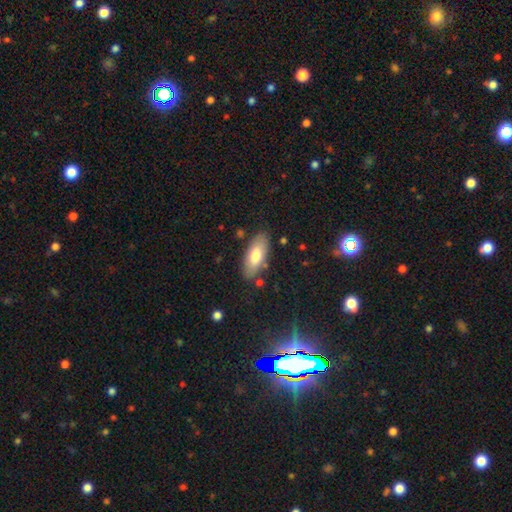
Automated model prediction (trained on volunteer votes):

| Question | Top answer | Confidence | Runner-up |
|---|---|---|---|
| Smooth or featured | smooth | 74% | featured or disk (20%) |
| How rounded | in between | 83% | cigar-shaped (15%) |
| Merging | none | 82% | minor disturbance (13%) |